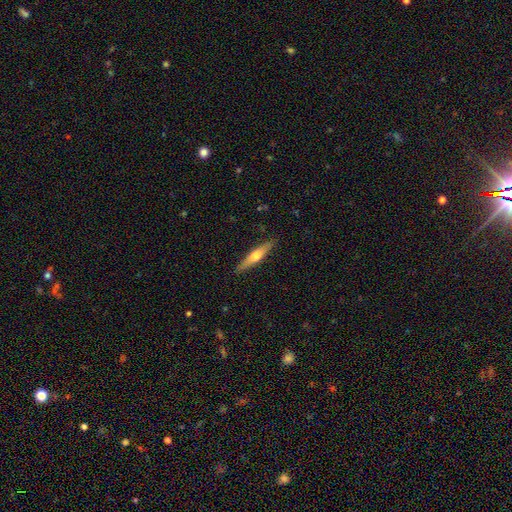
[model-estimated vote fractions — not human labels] This appears to be a featured or disk galaxy (55%) viewed edge-on (96%) with a rounded central bulge (90%). Merging: none (89%).